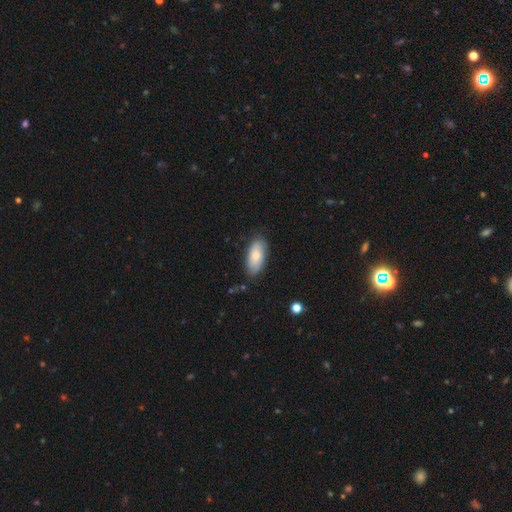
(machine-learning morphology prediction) A smooth galaxy with no disk features (76%) that is in between round and cigar-shaped (90%).

Vote fractions:
- Smooth or featured? smooth: 76% / featured or disk: 18% / star or artifact: 6%
- How rounded? in between: 90% / cigar-shaped: 8% / round: 2%
- Merging? none: 77% / minor disturbance: 18% / major disturbance: 3% / merger: 2%